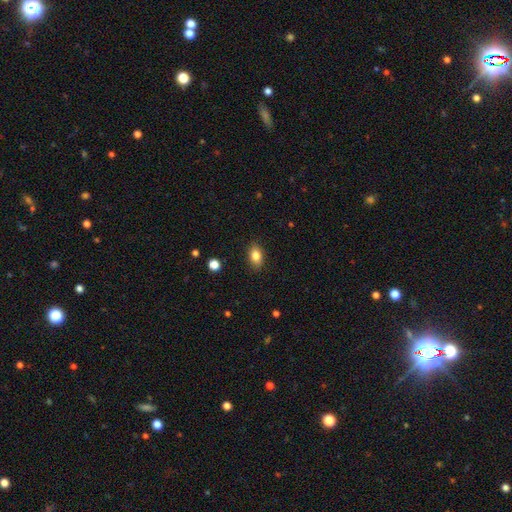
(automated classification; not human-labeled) Smooth or featured? smooth (82%)
How rounded? in between (85%)
Merging? none (86%)